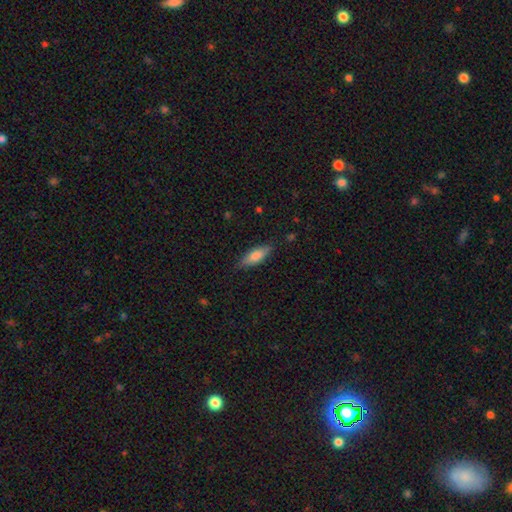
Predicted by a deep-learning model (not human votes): A smooth galaxy with no disk features (76%) that is in between round and cigar-shaped (60%). Merging: none (84%).